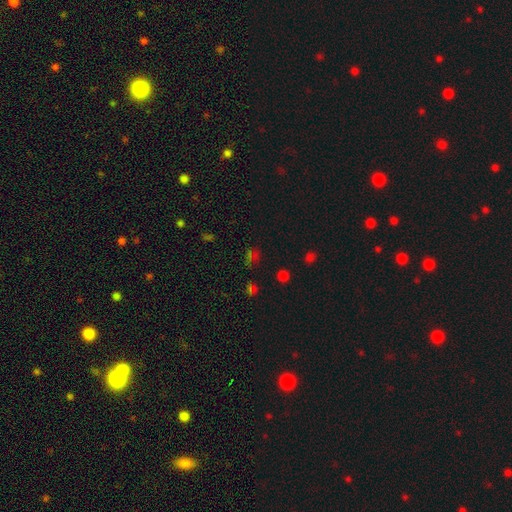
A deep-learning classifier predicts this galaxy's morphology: Q: Smooth or featured?
A: star or artifact (49%); runner-up: smooth (43%)